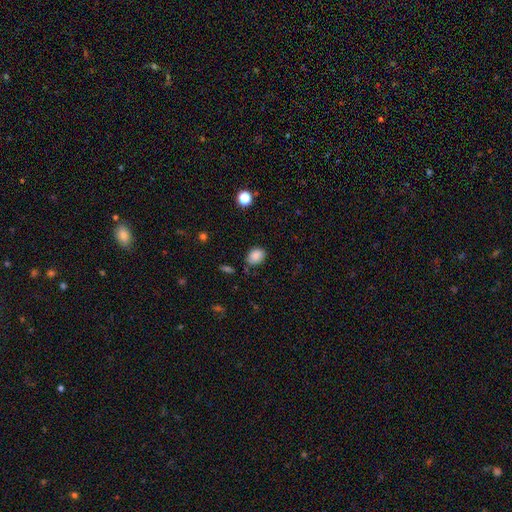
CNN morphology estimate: This is clearly a smooth galaxy (85%). How rounded: likely in between (67%). Merging: likely none (72%).